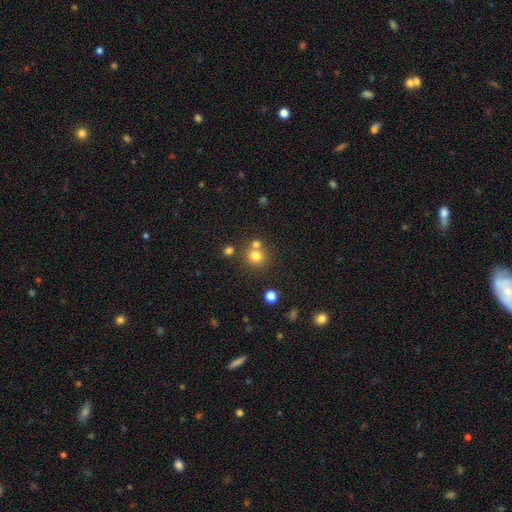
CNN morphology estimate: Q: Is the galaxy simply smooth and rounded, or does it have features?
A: smooth — 76%.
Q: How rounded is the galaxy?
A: round — 89%.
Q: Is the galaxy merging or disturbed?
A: none — 63%.